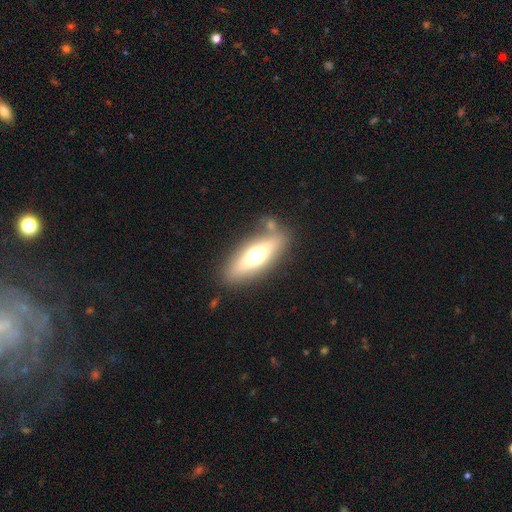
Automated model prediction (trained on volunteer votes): Morphology: type=smooth (47%); merging=none (78%).